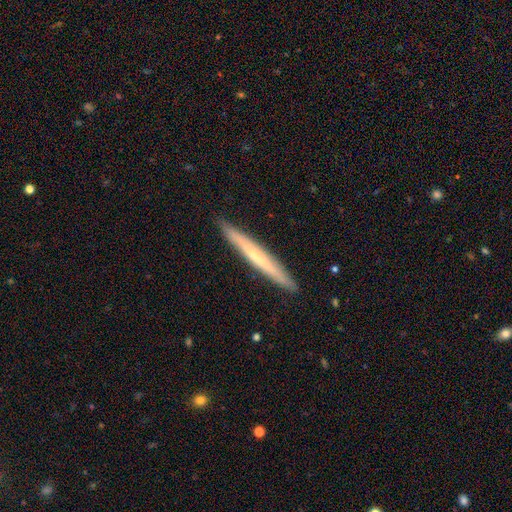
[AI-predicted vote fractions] smooth-or-featured: featured or disk: 47% (tied) | smooth: 47% (tied) | star or artifact: 5%
  merging: none: 91% | minor disturbance: 7% | major disturbance: 1% | merger: 1%